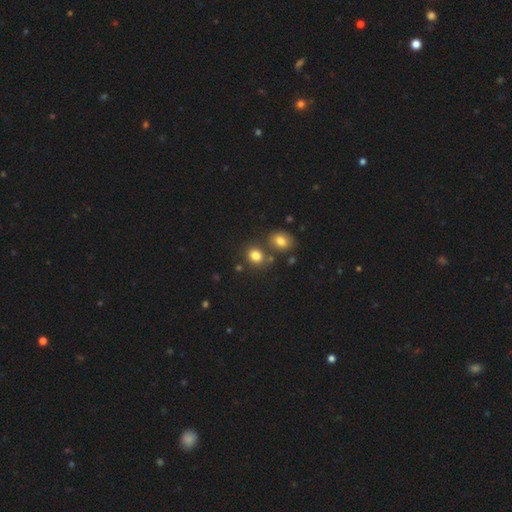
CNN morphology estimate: Q: Smooth or featured?
A: smooth (80%); runner-up: star or artifact (13%)
Q: How rounded?
A: round (65%); runner-up: in between (34%)
Q: Merging?
A: none (66%); runner-up: merger (20%)